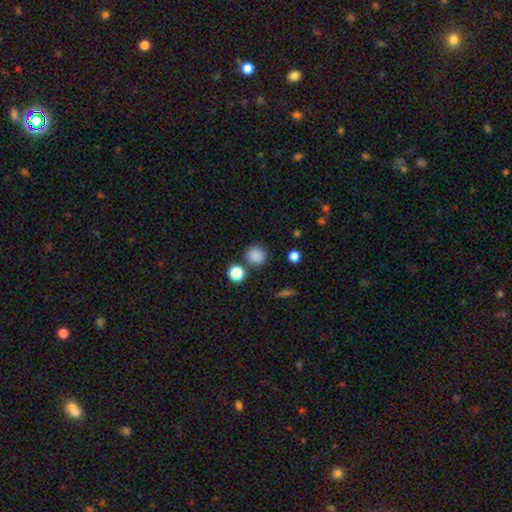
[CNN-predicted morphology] The model was most divided on "merging": none: 83%, minor disturbance: 8%, merger: 6%, major disturbance: 3%. More confident: how rounded — round (90%); smooth or featured — smooth (85%).